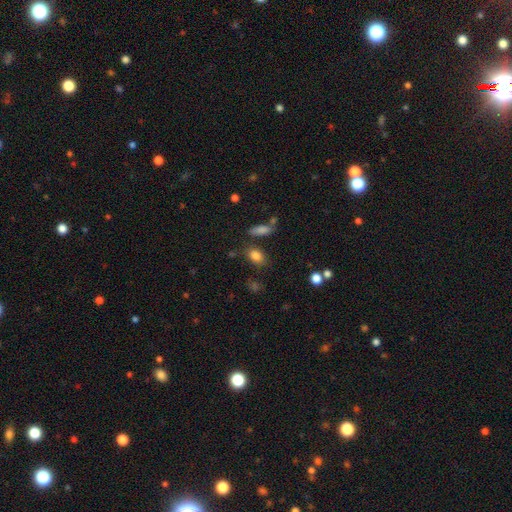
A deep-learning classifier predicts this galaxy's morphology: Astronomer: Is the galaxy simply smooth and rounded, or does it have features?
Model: smooth — 83%.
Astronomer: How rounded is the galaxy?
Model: in between — 81%.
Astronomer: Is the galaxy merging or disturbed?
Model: none — 76%.